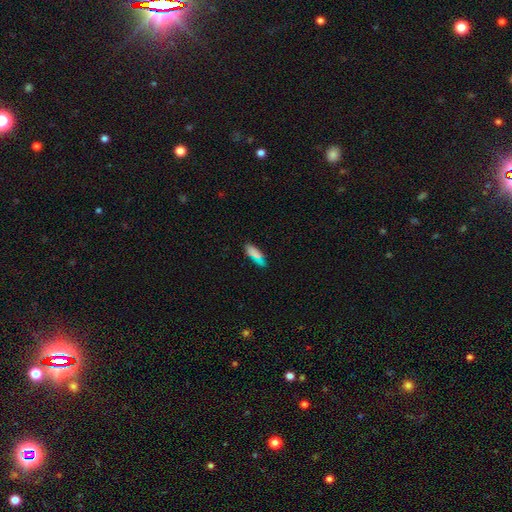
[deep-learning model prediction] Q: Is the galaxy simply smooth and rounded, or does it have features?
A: smooth — 79%.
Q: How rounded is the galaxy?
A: in between — 58%.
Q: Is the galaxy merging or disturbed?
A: none — 74%.